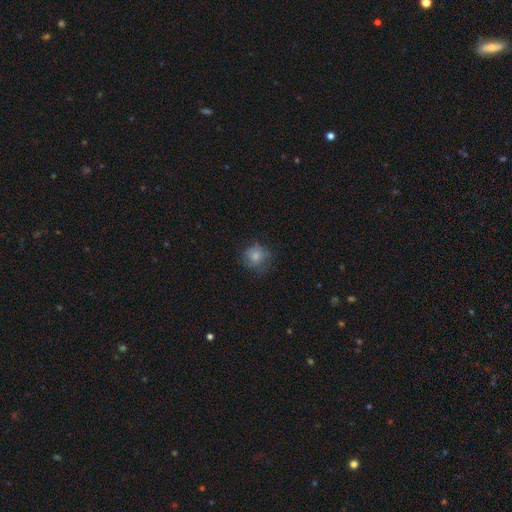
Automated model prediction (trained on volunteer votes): This is likely a smooth galaxy (75%). How rounded: clearly round (81%). Merging: likely none (63%).